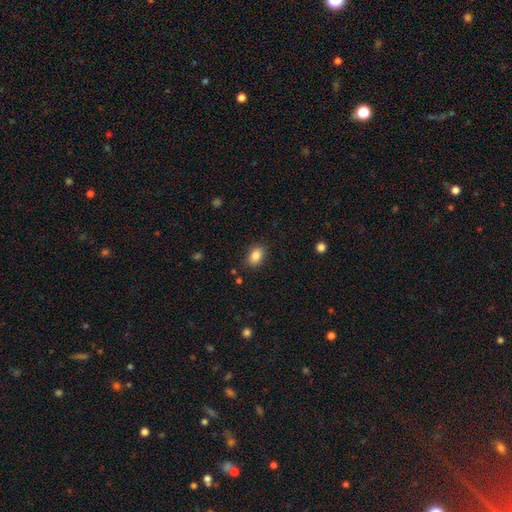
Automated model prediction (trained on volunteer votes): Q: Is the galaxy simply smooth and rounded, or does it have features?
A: smooth — 85%.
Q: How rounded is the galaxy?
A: in between — 83%.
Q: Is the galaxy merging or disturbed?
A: none — 86%.